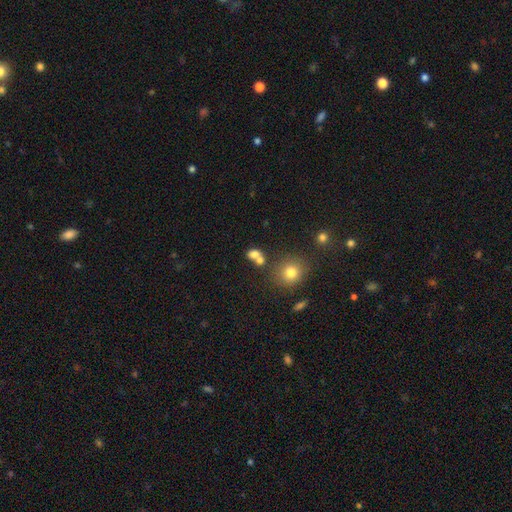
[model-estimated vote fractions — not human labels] Smooth or featured: smooth — 74% (star or artifact — 14%)
How rounded: in between — 50% (round — 48%)
Merging: merger — 46% (none — 39%)